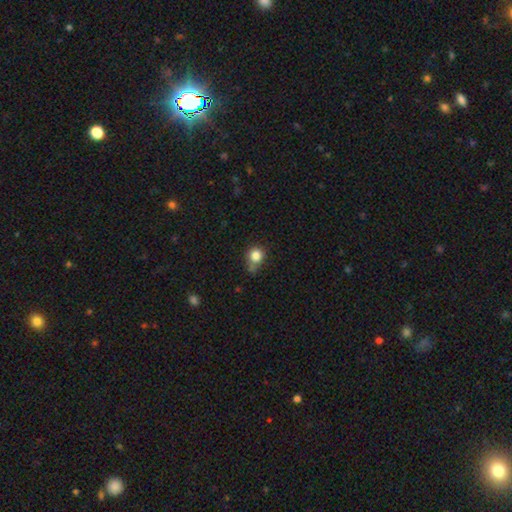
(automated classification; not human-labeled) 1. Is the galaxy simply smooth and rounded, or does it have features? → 82% smooth, 11% star or artifact, 7% featured or disk.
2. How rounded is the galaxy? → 82% round, 17% in between, 1% cigar-shaped.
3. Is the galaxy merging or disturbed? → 51% none, 29% minor disturbance, 11% merger, 9% major disturbance.